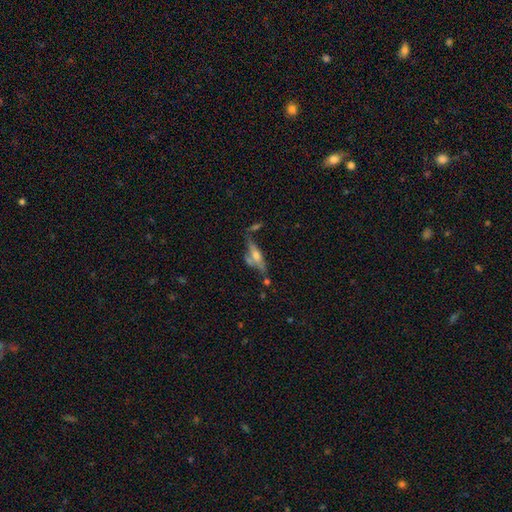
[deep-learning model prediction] Q: Smooth or featured?
A: featured or disk (57%); runner-up: smooth (34%)
Q: Edge-on disk?
A: yes (82%); runner-up: no (18%)
Q: Merging?
A: none (51%); runner-up: merger (20%)